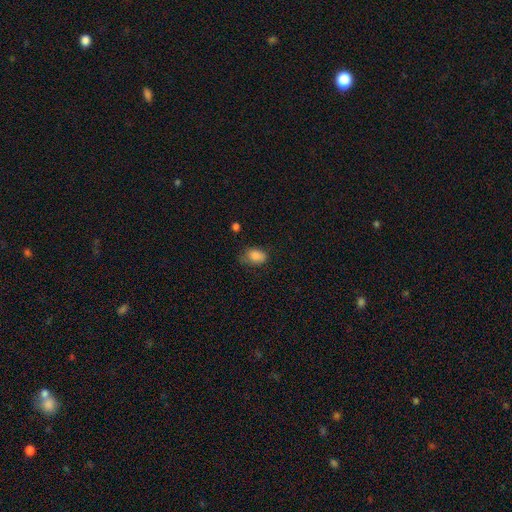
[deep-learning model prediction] smooth-or-featured: smooth: 85% | star or artifact: 9% | featured or disk: 6%
  how-rounded: in between: 81% | round: 17% | cigar-shaped: 1%
  merging: none: 55% | minor disturbance: 33% | major disturbance: 10% | merger: 2%